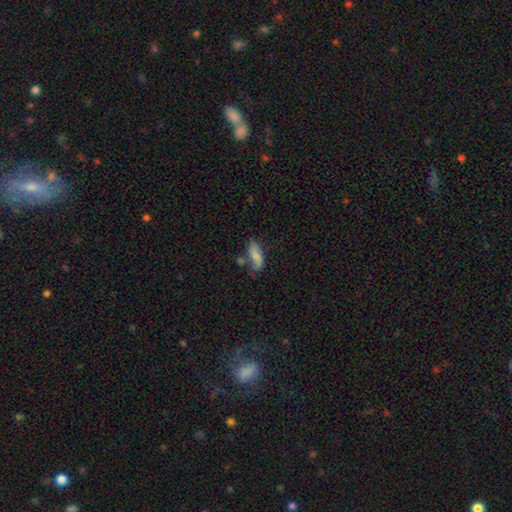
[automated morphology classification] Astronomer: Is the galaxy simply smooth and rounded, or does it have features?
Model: smooth — 68%.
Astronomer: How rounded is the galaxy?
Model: in between — 77%.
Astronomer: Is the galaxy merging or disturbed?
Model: none — 48% (runner-up: minor disturbance, 27%).